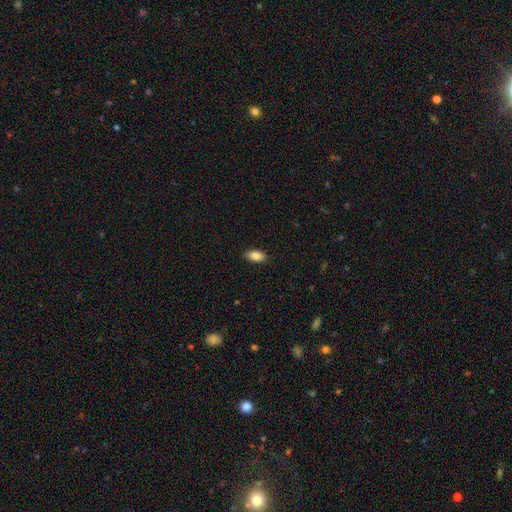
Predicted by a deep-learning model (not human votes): Morphology: type=smooth (86%); roundness=in between (89%); merging=none (87%).